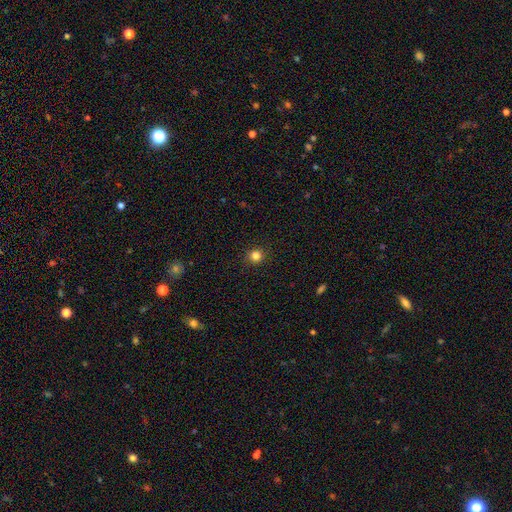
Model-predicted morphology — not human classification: smooth-or-featured: smooth: 83% | star or artifact: 13% | featured or disk: 4%
  how-rounded: round: 93% | in between: 6% | cigar-shaped: 1%
  merging: none: 92% | minor disturbance: 6% | major disturbance: 2% | merger: 1%